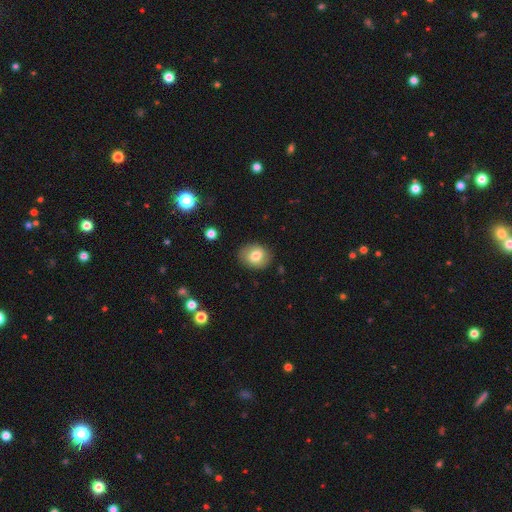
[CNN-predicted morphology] This appears to be a smooth galaxy with no disk features (74%) that is round (51%). Merging: none (83%).